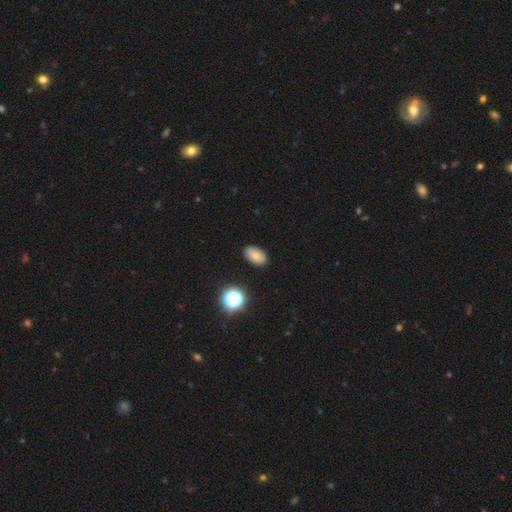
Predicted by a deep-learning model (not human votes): This appears to be a smooth galaxy with no disk features (79%) that is in between round and cigar-shaped (91%). Merging: none (88%).